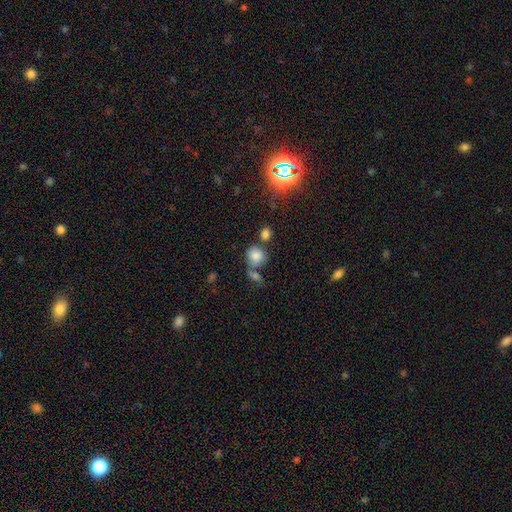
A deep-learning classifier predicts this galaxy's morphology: smooth-or-featured: smooth: 80% | star or artifact: 12% | featured or disk: 8%
  how-rounded: round: 79% | in between: 19% | cigar-shaped: 1%
  merging: none: 53% | merger: 29% | minor disturbance: 13% | major disturbance: 6%